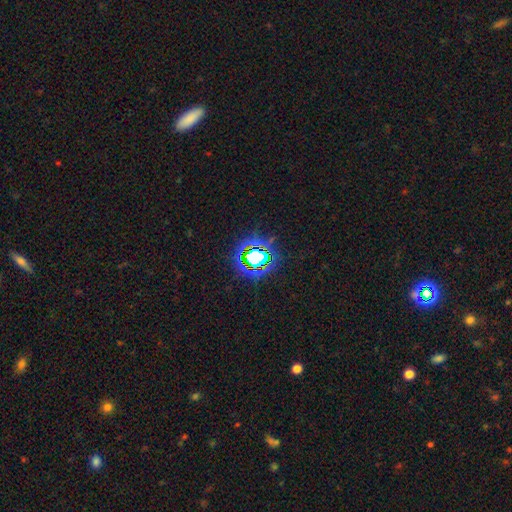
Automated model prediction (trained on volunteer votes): smooth-or-featured: star or artifact: 69% | smooth: 19% | featured or disk: 13%